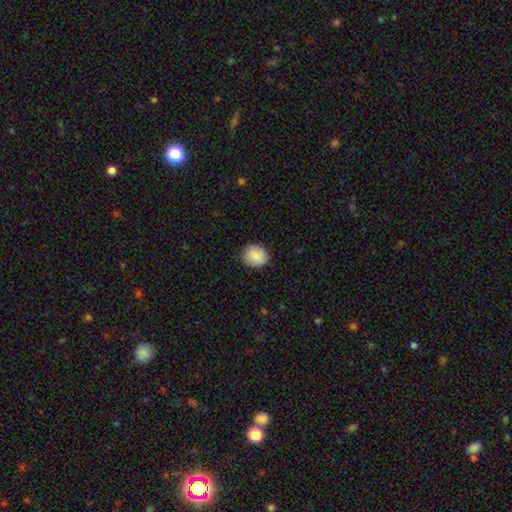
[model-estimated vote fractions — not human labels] smooth_or_featured: smooth (p=0.88) [alt: star or artifact p=0.07]
how_rounded: round (p=0.79) [alt: in between p=0.20]
merging: none (p=0.85) [alt: minor disturbance p=0.11]